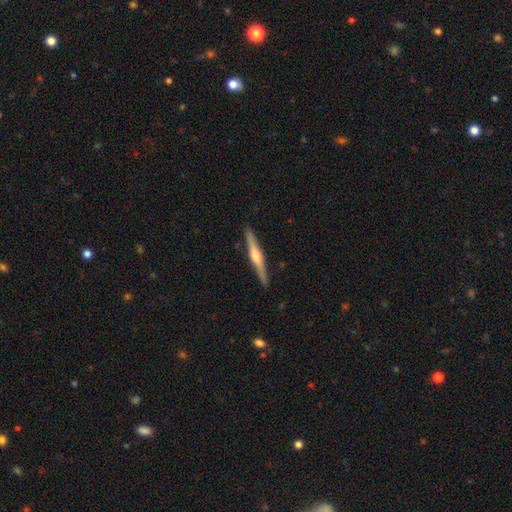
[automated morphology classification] A featured or disk galaxy (70%) viewed edge-on (98%) with a rounded central bulge (84%).

Vote fractions:
- Smooth or featured? featured or disk: 70% / smooth: 25% / star or artifact: 5%
- Edge-on disk? yes: 98% / no: 2%
- Edge-on bulge? rounded: 84% / boxy: 8% / none: 8%
- Merging? none: 91% / minor disturbance: 7% / major disturbance: 1% / merger: 1%